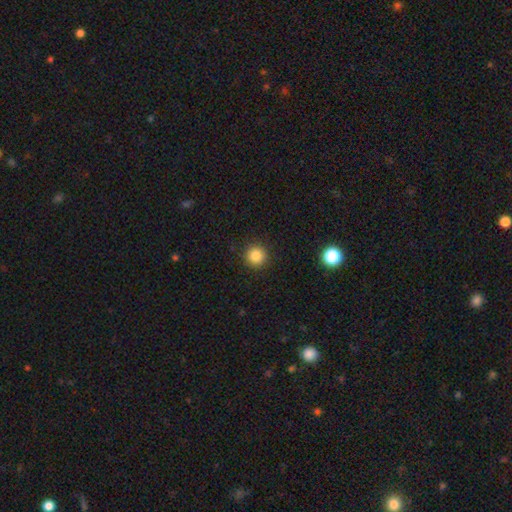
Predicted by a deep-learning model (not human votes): Overall: smooth (85%). How rounded: round (95%). Merging: none (92%).